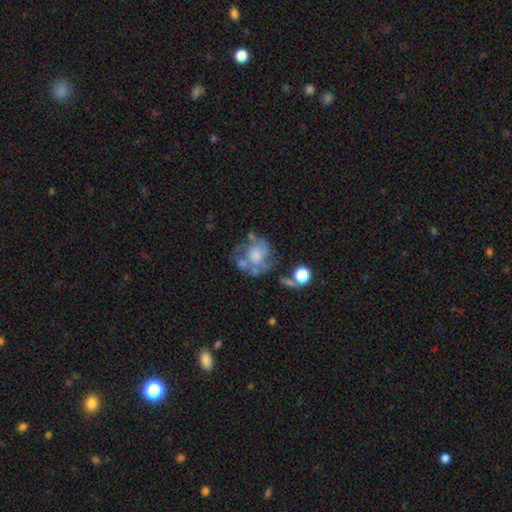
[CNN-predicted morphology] A featured or disk galaxy (71%) with no bar (80%), 2 (39%) tight (41%) spiral arms (74%) and a moderate central bulge (38%).

Vote fractions:
- Smooth or featured? featured or disk: 71% / smooth: 21% / star or artifact: 8%
- Edge-on disk? no: 98% / yes: 2%
- Bar? no: 80% / weak: 17% / strong: 3%
- Spiral arms? yes: 74% / no: 26%
- Spiral winding? tight: 41% / medium: 40% / loose: 19%
- Spiral arm count? 2: 39% / can't tell: 30% / 3: 15% / 1: 7% / 4: 5% / more than 4: 4%
- Bulge size? moderate: 38% / small: 33% / none: 15% / large: 13% / dominant: 2%
- Merging? none: 44% / major disturbance: 22% / minor disturbance: 21% / merger: 12%